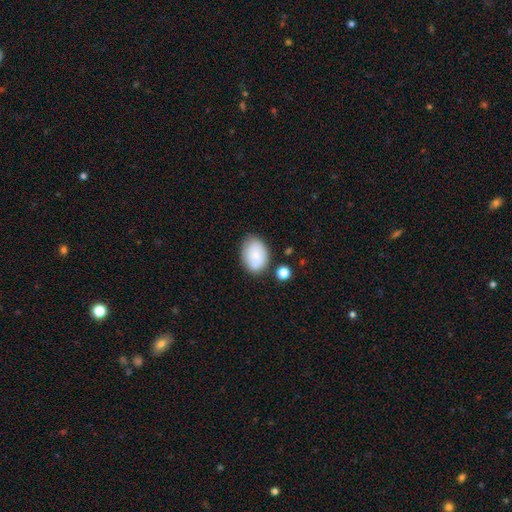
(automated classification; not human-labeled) Smooth or featured: smooth — 74% (featured or disk — 18%)
How rounded: in between — 76% (round — 23%)
Merging: none — 68% (minor disturbance — 20%)